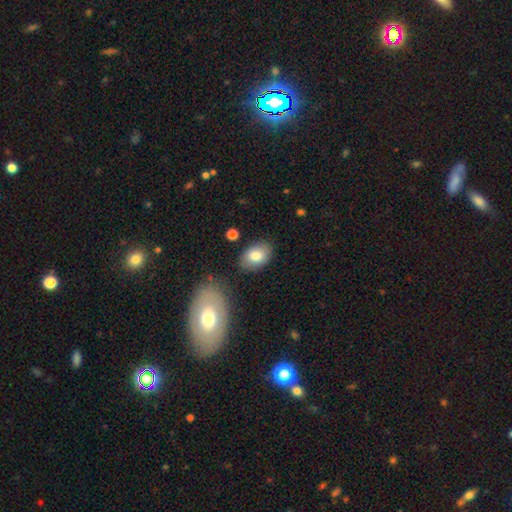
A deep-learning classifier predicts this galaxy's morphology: Q: Smooth or featured?
A: smooth (81%); runner-up: featured or disk (12%)
Q: How rounded?
A: in between (86%); runner-up: round (12%)
Q: Merging?
A: none (80%); runner-up: minor disturbance (13%)